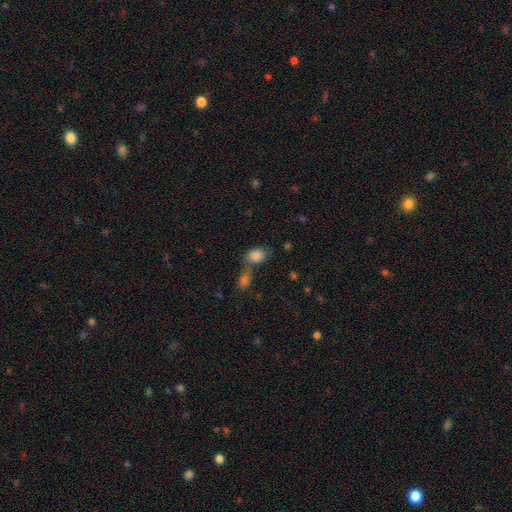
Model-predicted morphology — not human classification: A smooth galaxy with no disk features (85%) that is in between round and cigar-shaped (75%). Merging: merger (43%).